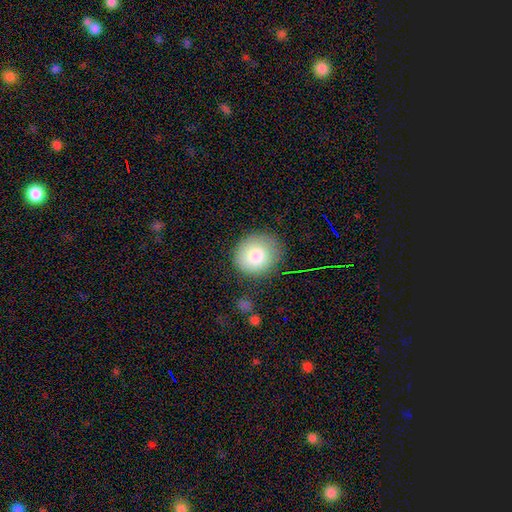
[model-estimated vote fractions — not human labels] Morphology: type=smooth (81%); roundness=round (82%); merging=none (82%).